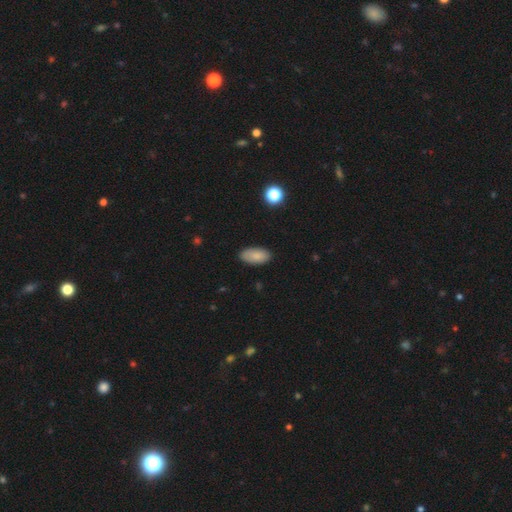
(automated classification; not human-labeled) This appears to be a smooth galaxy with no disk features (85%) that is in between round and cigar-shaped (94%). Merging: none (86%).